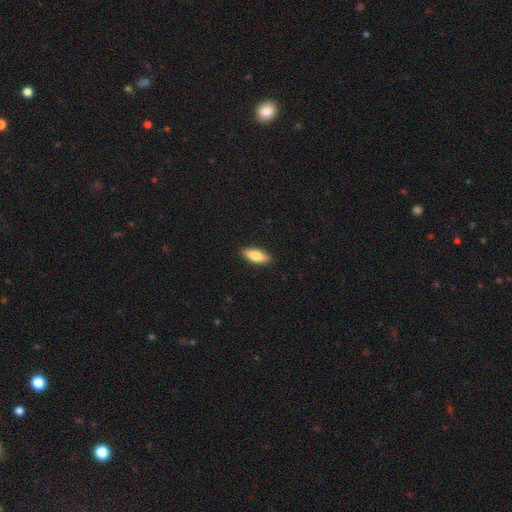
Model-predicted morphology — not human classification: A smooth galaxy with no disk features (81%) that is in between round and cigar-shaped (78%). Merging: none (89%).